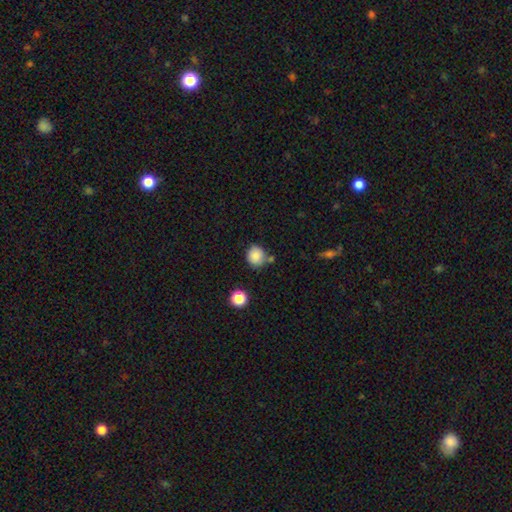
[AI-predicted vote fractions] smooth-or-featured: smooth: 86% | star or artifact: 9% | featured or disk: 5%
  how-rounded: round: 79% | in between: 20% | cigar-shaped: 1%
  merging: none: 68% | minor disturbance: 16% | merger: 11% | major disturbance: 4%